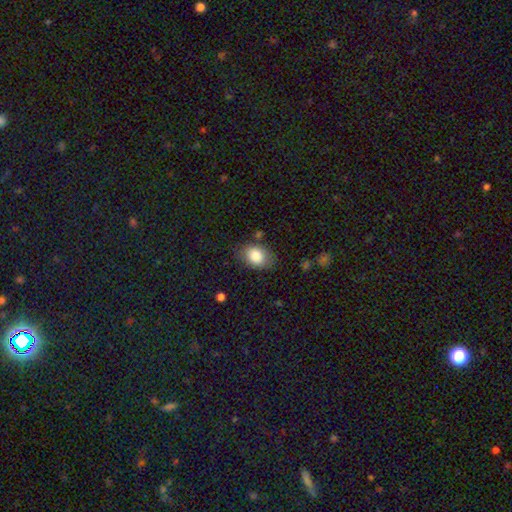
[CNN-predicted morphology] This is clearly a smooth galaxy (83%). How rounded: likely in between (76%). Merging: likely none (76%).